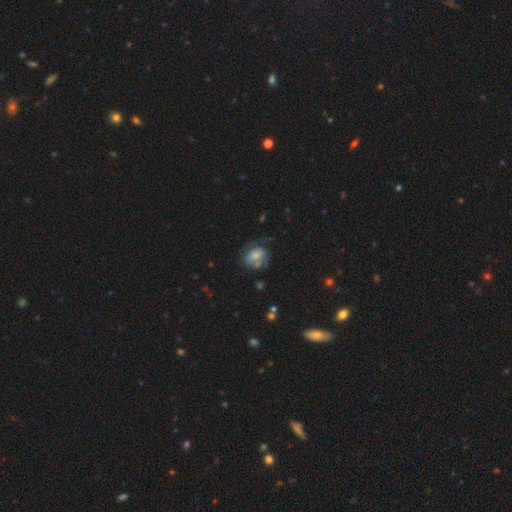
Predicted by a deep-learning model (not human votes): Q: Smooth or featured?
A: smooth (53%); runner-up: featured or disk (38%)
Q: How rounded?
A: in between (50%); runner-up: round (48%)
Q: Merging?
A: none (43%); runner-up: minor disturbance (27%)